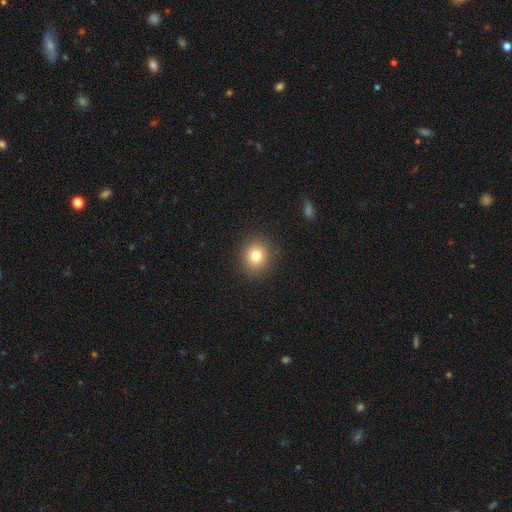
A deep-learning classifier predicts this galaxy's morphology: This is likely a smooth galaxy (78%). How rounded: likely round (78%). Merging: clearly none (89%).